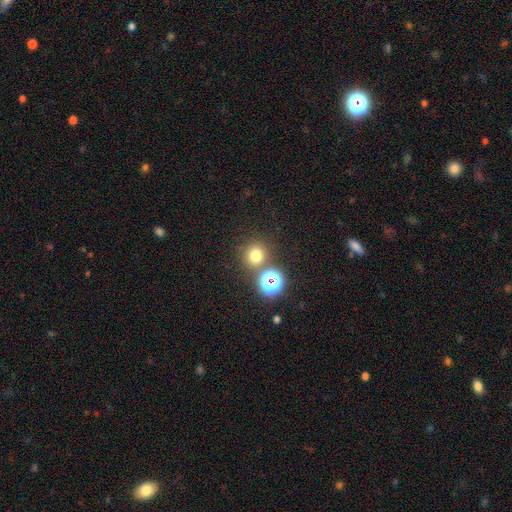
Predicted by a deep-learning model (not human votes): Smooth or featured? Predicted: smooth (p=0.71). How rounded? Predicted: round (p=0.91). Merging? Predicted: none (p=0.76).